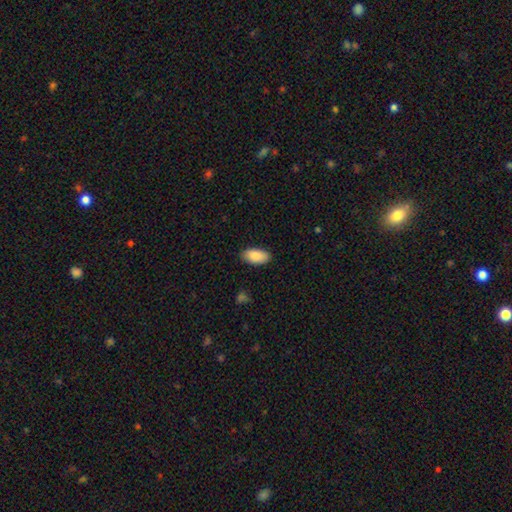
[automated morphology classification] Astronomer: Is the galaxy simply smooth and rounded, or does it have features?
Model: smooth — 89%.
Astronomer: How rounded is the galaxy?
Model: in between — 94%.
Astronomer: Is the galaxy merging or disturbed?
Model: none — 87%.